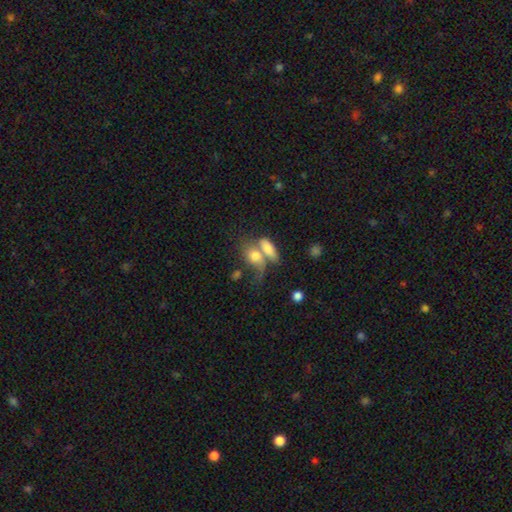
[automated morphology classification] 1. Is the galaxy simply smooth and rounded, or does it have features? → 69% smooth, 23% featured or disk, 8% star or artifact.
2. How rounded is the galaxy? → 71% in between, 20% round, 8% cigar-shaped.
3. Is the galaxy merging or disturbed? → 58% merger, 21% none, 11% major disturbance, 10% minor disturbance.